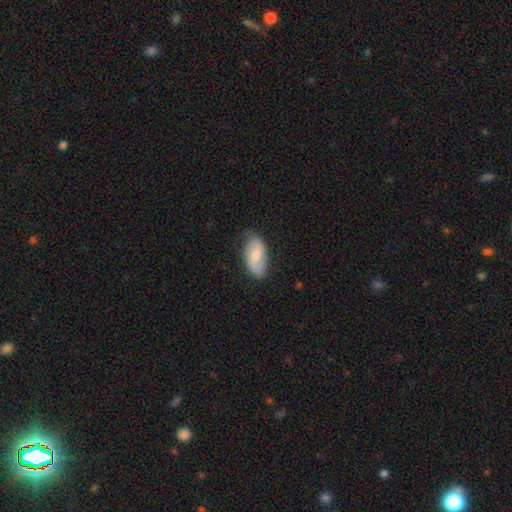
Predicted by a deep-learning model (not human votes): A smooth galaxy with no disk features (48%).

Vote fractions:
- Smooth or featured? smooth: 48% / featured or disk: 46% / star or artifact: 6%
- Merging? none: 73% / minor disturbance: 22% / major disturbance: 4% / merger: 1%